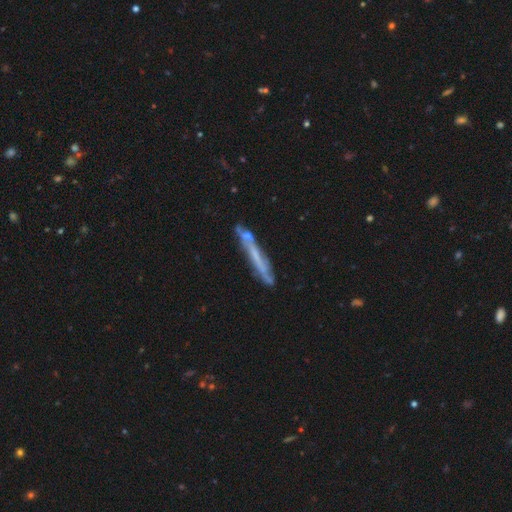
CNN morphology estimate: Smooth or featured: featured or disk — 52% (smooth — 39%)
Edge-on disk: yes — 82% (no — 18%)
Merging: none — 69% (minor disturbance — 18%)